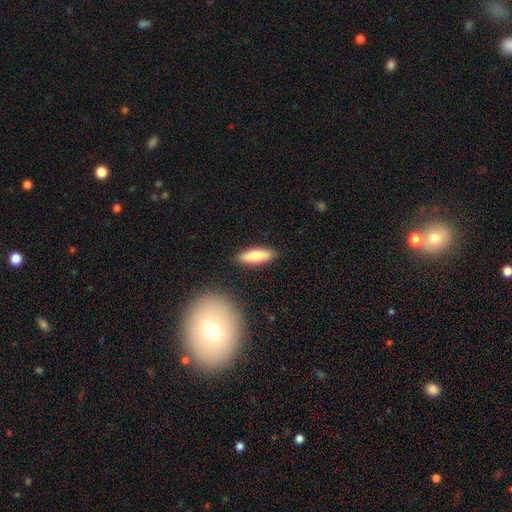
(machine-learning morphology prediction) smooth-or-featured: smooth: 78% | featured or disk: 16% | star or artifact: 6%
  how-rounded: in between: 56% | cigar-shaped: 42% | round: 2%
  merging: none: 87% | minor disturbance: 9% | merger: 2% | major disturbance: 2%